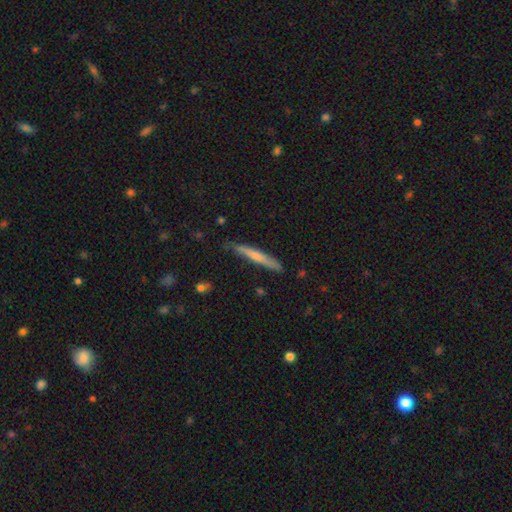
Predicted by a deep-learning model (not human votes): Smooth or featured? smooth (50%)
How rounded? cigar-shaped (94%)
Merging? none (83%)